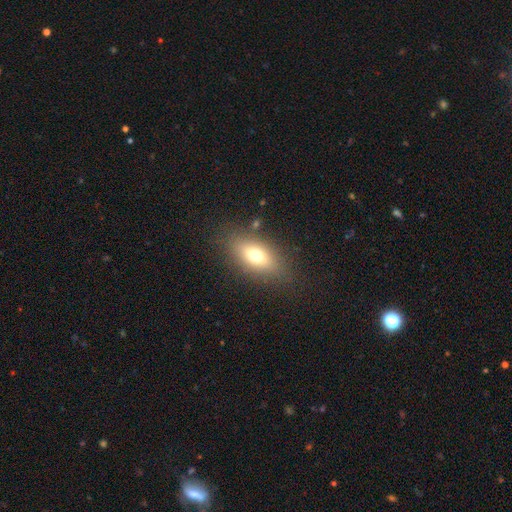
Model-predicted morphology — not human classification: Smooth or featured? smooth (67%)
How rounded? in between (81%)
Merging? none (82%)